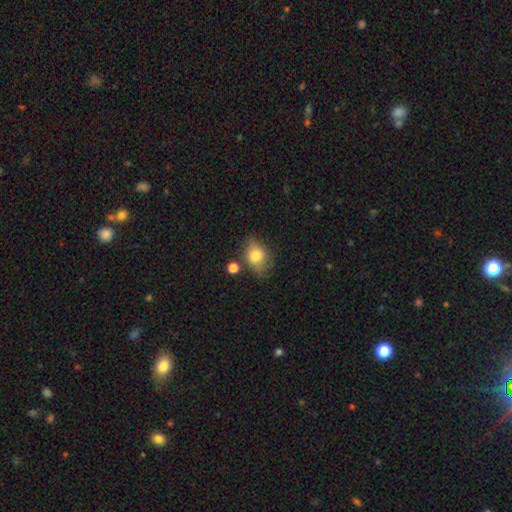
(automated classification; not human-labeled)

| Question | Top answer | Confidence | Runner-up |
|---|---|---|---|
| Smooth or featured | smooth | 77% | featured or disk (14%) |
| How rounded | in between | 66% | round (33%) |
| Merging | none | 65% | minor disturbance (21%) |